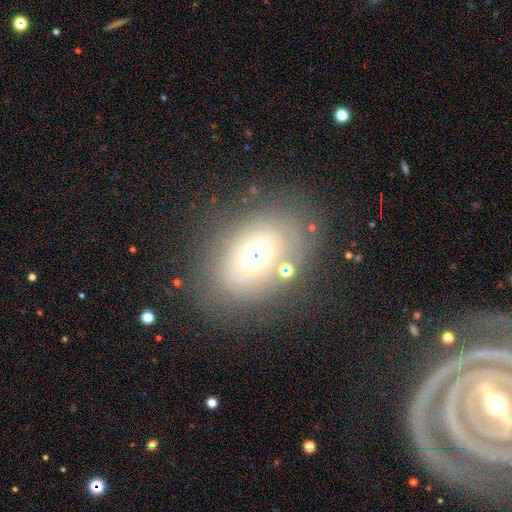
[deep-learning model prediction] A smooth galaxy with no disk features (45%).

Vote fractions:
- Smooth or featured? smooth: 45% / featured or disk: 38% / star or artifact: 18%
- Merging? none: 69% / minor disturbance: 17% / major disturbance: 9% / merger: 5%